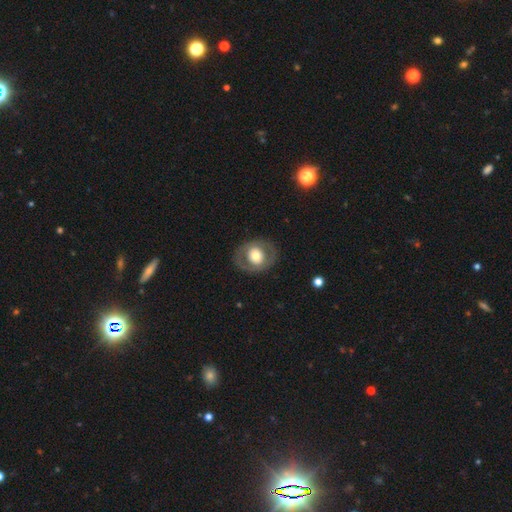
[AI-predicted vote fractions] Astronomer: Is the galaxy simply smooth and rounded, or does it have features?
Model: smooth — 49% (runner-up: featured or disk, 45%).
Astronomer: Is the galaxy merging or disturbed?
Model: none — 81%.